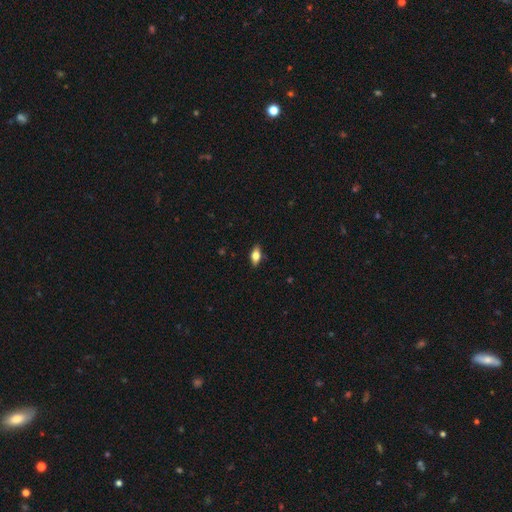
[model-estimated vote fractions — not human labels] smooth-or-featured: smooth: 65% | featured or disk: 27% | star or artifact: 8%
  how-rounded: in between: 83% | cigar-shaped: 11% | round: 6%
  merging: none: 87% | minor disturbance: 10% | major disturbance: 2% | merger: 1%